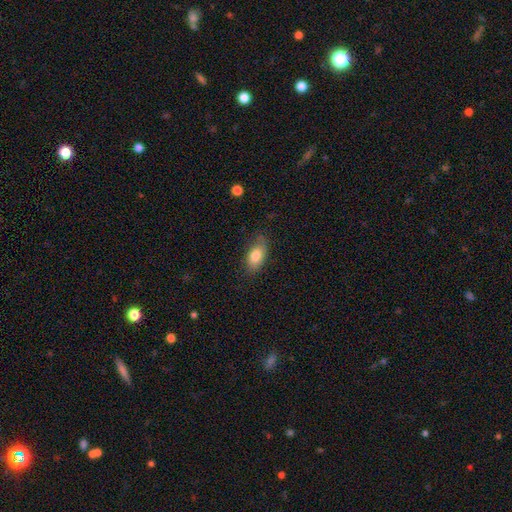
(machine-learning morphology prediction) A smooth galaxy with no disk features (81%) that is in between round and cigar-shaped (89%).

Vote fractions:
- Smooth or featured? smooth: 81% / featured or disk: 12% / star or artifact: 7%
- How rounded? in between: 89% / cigar-shaped: 6% / round: 5%
- Merging? none: 72% / minor disturbance: 21% / major disturbance: 5% / merger: 1%